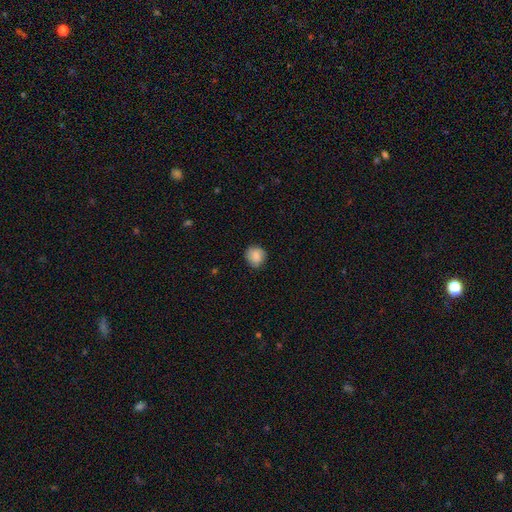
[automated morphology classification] Q: Smooth or featured?
A: smooth (83%); runner-up: featured or disk (10%)
Q: How rounded?
A: round (85%); runner-up: in between (14%)
Q: Merging?
A: none (82%); runner-up: minor disturbance (14%)